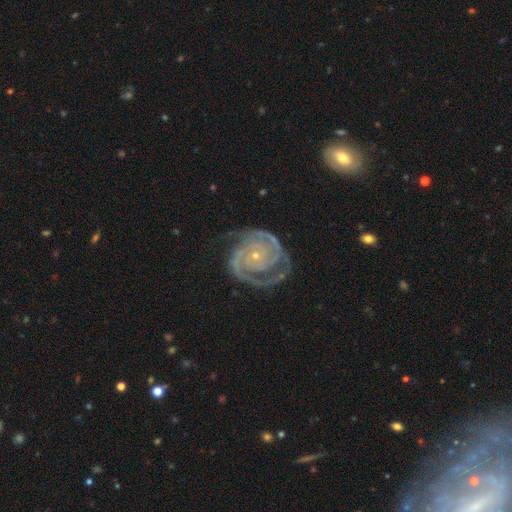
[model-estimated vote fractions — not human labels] Morphology: type=featured or disk (93%); edge-on=no (98%); bar=no (74%); spiral arms=yes (99%); winding=tight (78%); arm count=2 (71%); bulge=small (84%); merging=none (74%).